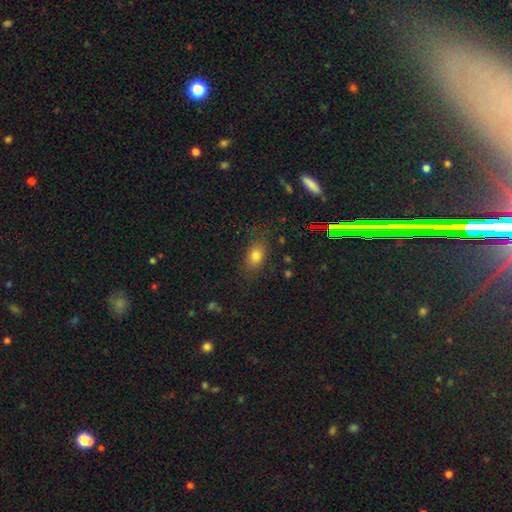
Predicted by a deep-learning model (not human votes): smooth 78%, star or artifact 12%, featured or disk 10%. Down the decision tree: how rounded — in between (82%); merging — none (78%).